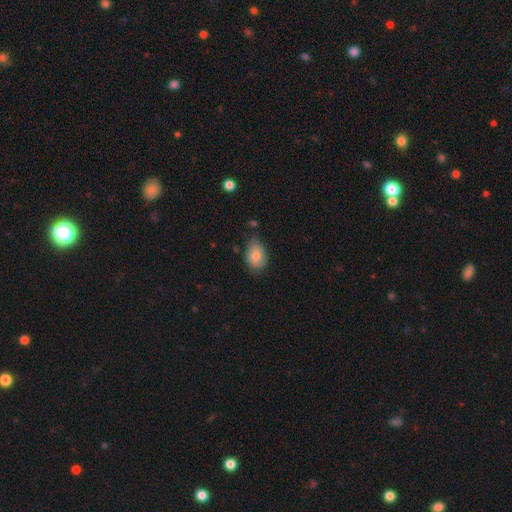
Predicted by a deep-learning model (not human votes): smooth_or_featured: smooth (p=0.79) [alt: featured or disk p=0.14]
how_rounded: in between (p=0.82) [alt: round p=0.16]
merging: none (p=0.62) [alt: minor disturbance p=0.30]